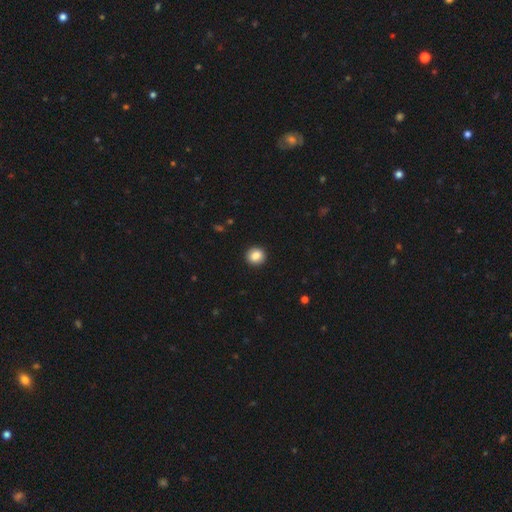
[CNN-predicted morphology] The model was most divided on "how rounded": round: 85%, in between: 14%, cigar-shaped: 1%. More confident: merging — none (92%); smooth or featured — smooth (87%).